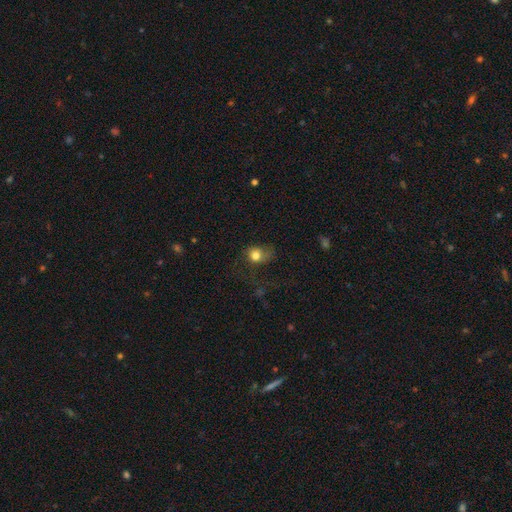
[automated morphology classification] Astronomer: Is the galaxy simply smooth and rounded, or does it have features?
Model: smooth — 75%.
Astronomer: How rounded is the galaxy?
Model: round — 68%.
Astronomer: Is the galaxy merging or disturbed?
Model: none — 44% (runner-up: major disturbance, 29%).